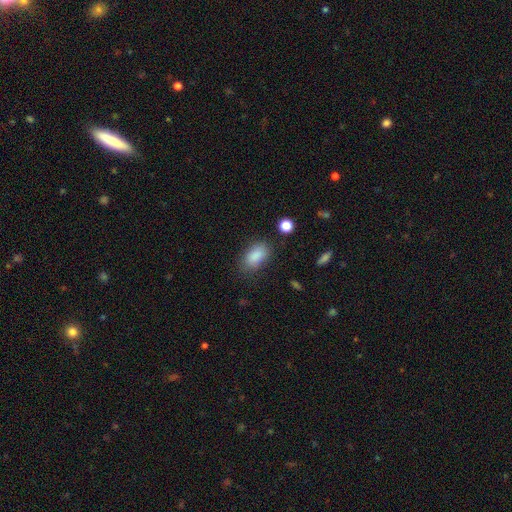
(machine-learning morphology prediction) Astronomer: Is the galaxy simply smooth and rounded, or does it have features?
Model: smooth — 87%.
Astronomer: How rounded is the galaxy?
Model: in between — 91%.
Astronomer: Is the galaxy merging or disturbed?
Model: none — 78%.